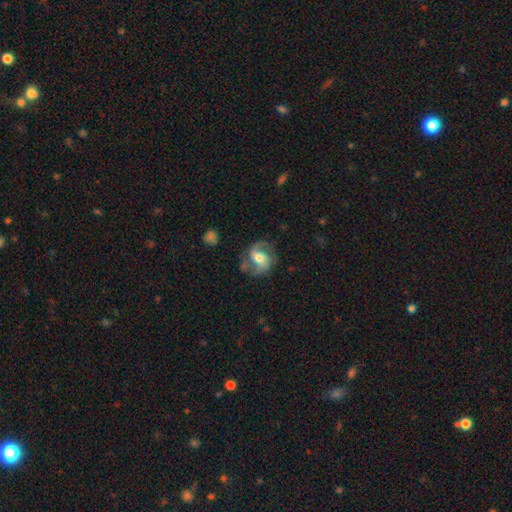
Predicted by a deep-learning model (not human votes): Q: Smooth or featured?
A: featured or disk (77%); runner-up: smooth (16%)
Q: Edge-on disk?
A: no (97%); runner-up: yes (3%)
Q: Bar?
A: weak (40%); runner-up: no (31%)
Q: Spiral arms?
A: yes (91%); runner-up: no (9%)
Q: Spiral winding?
A: medium (50%); runner-up: loose (28%)
Q: Spiral arm count?
A: 2 (85%); runner-up: can't tell (6%)
Q: Bulge size?
A: moderate (68%); runner-up: small (21%)
Q: Merging?
A: none (72%); runner-up: minor disturbance (17%)